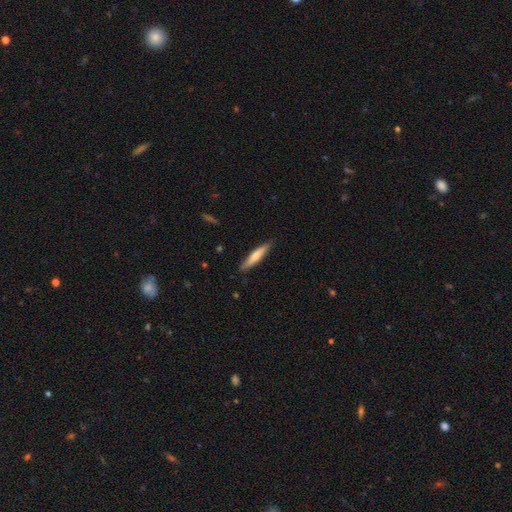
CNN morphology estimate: This appears to be a smooth galaxy with no disk features (62%) that is cigar-shaped (87%). Merging: none (86%).